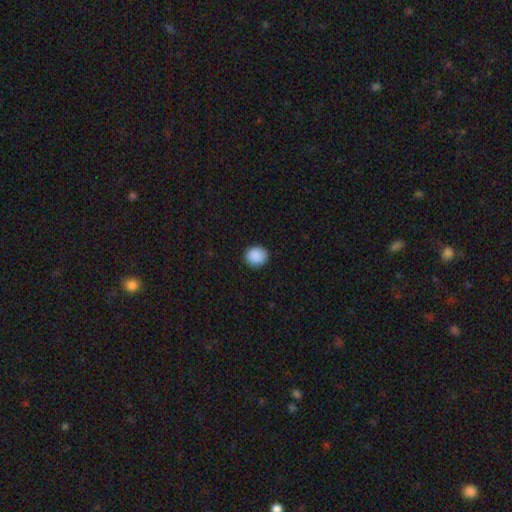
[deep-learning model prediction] smooth 90%, star or artifact 8%, featured or disk 2%. Down the decision tree: how rounded — round (84%); merging — none (90%).